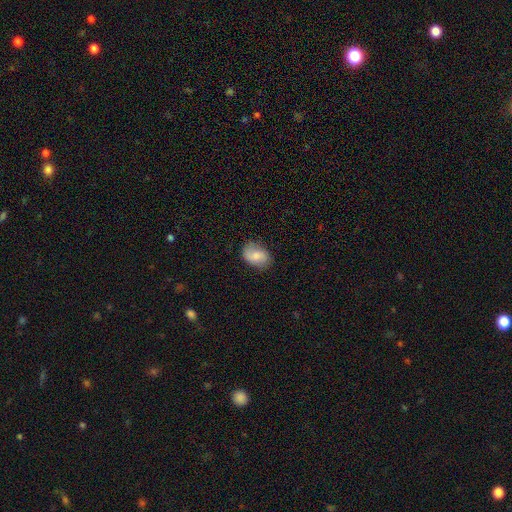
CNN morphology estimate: The model was most divided on "smooth or featured": smooth: 68%, featured or disk: 25%, star or artifact: 8%. More confident: how rounded — in between (78%); merging — none (75%).